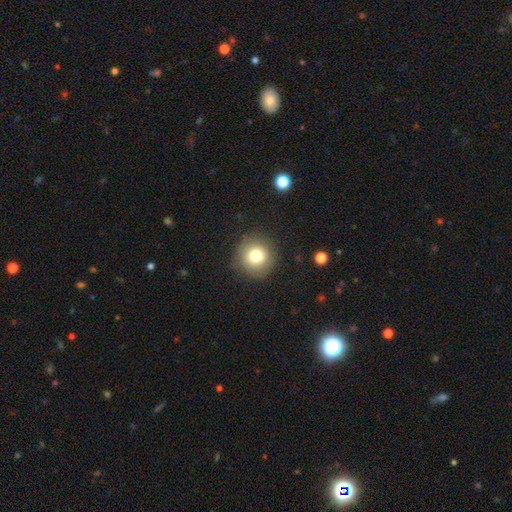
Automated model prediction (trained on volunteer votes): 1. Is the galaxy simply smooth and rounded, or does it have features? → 76% smooth, 12% featured or disk, 11% star or artifact.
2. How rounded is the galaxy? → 93% round, 6% in between, 1% cigar-shaped.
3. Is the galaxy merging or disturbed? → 86% none, 9% minor disturbance, 3% major disturbance, 1% merger.